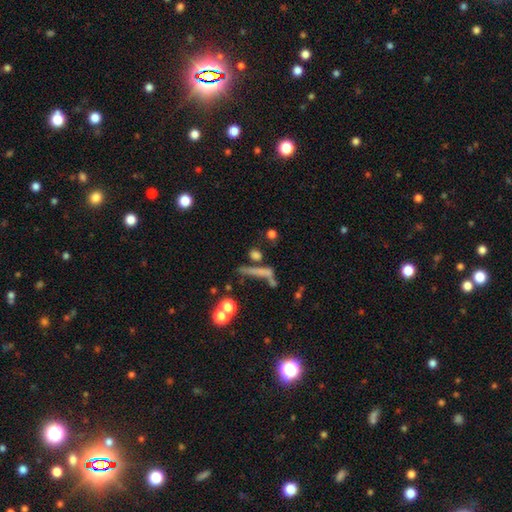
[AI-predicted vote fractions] A smooth galaxy with no disk features (64%) that is cigar-shaped (56%). Merging: none (56%).